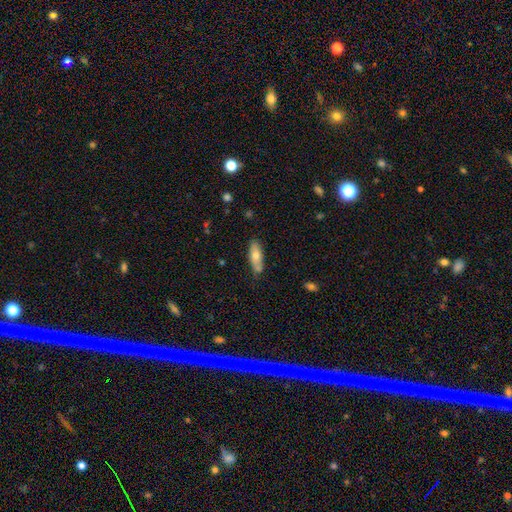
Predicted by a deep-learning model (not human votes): This is likely a smooth galaxy (65%). How rounded: likely in between (62%). Merging: likely none (74%).